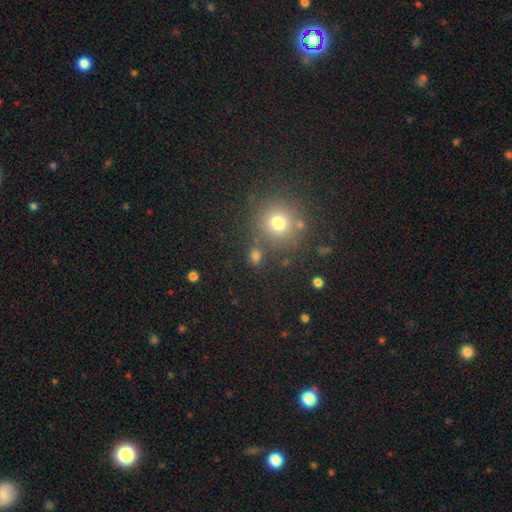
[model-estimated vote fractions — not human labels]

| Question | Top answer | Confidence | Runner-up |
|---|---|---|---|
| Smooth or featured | smooth | 74% | star or artifact (19%) |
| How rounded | round | 68% | in between (31%) |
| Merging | none | 78% | minor disturbance (9%) |